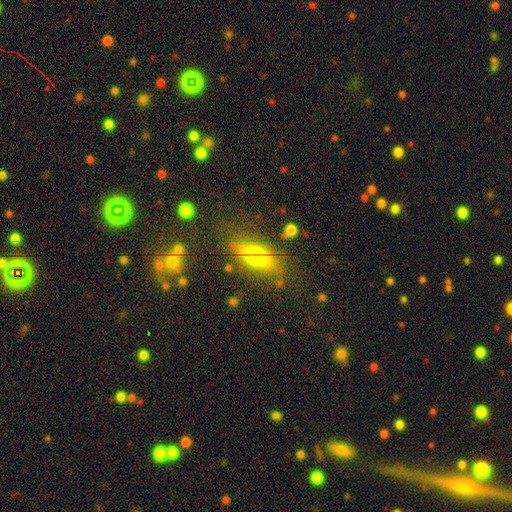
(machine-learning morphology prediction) Smooth or featured?
  - smooth: 51% *
  - featured or disk: 35%
  - star or artifact: 15%
How rounded?
  - in between: 61% *
  - cigar-shaped: 32%
  - round: 7%
Merging?
  - none: 71% *
  - minor disturbance: 16%
  - major disturbance: 8%
  - merger: 5%